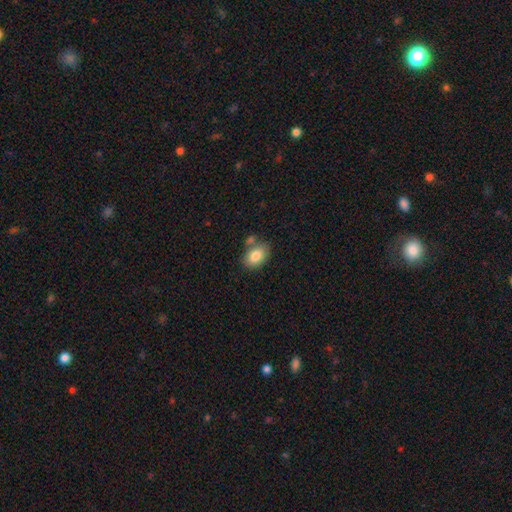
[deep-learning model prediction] This appears to be a smooth galaxy with no disk features (82%) that is in between round and cigar-shaped (83%). Merging: none (65%).